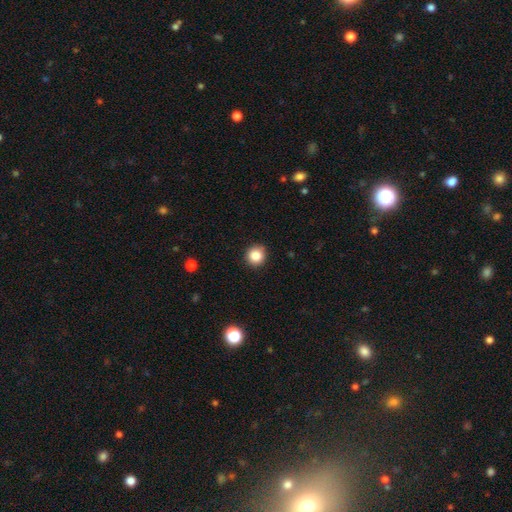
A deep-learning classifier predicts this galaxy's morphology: Smooth or featured? Predicted: smooth (p=0.85). How rounded? Predicted: round (p=0.92). Merging? Predicted: none (p=0.91).